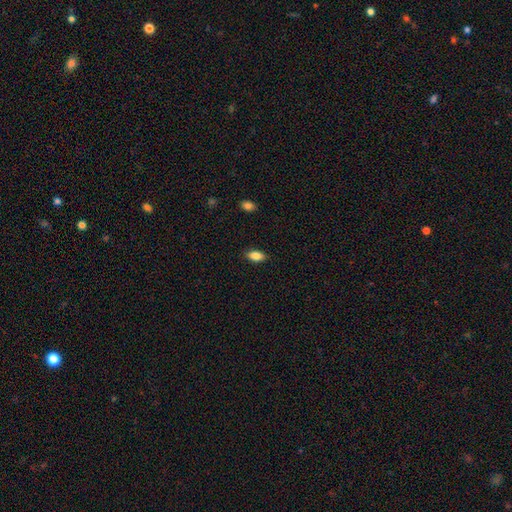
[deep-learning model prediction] Q: Smooth or featured?
A: smooth (84%); runner-up: featured or disk (8%)
Q: How rounded?
A: in between (88%); runner-up: cigar-shaped (7%)
Q: Merging?
A: none (87%); runner-up: minor disturbance (10%)